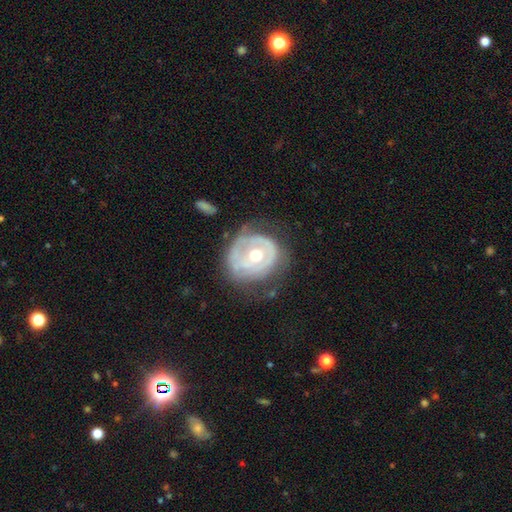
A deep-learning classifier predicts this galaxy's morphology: Smooth or featured: featured or disk — 71% (smooth — 24%)
Edge-on disk: no — 97% (yes — 3%)
Bar: no — 74% (weak — 21%)
Spiral arms: yes — 55% (no — 45%)
Bulge size: moderate — 74% (small — 14%)
Merging: none — 55% (minor disturbance — 27%)